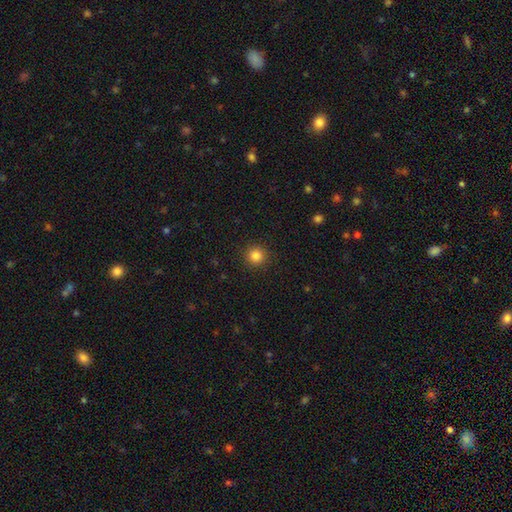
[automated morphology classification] Q: Smooth or featured?
A: smooth (84%); runner-up: star or artifact (12%)
Q: How rounded?
A: round (94%); runner-up: in between (5%)
Q: Merging?
A: none (92%); runner-up: minor disturbance (5%)